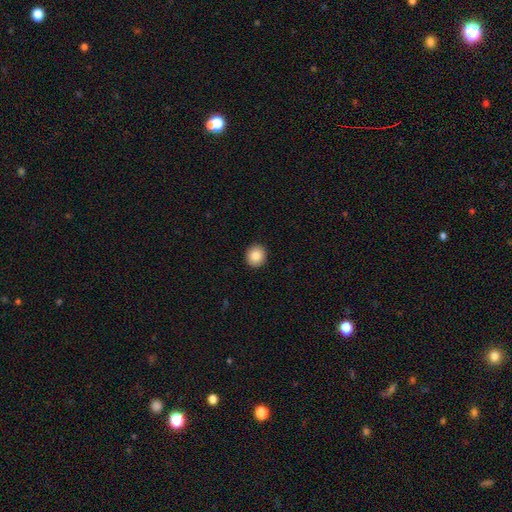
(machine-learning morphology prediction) The model was most divided on "how rounded": round: 84%, in between: 15%, cigar-shaped: 1%. More confident: merging — none (92%); smooth or featured — smooth (86%).